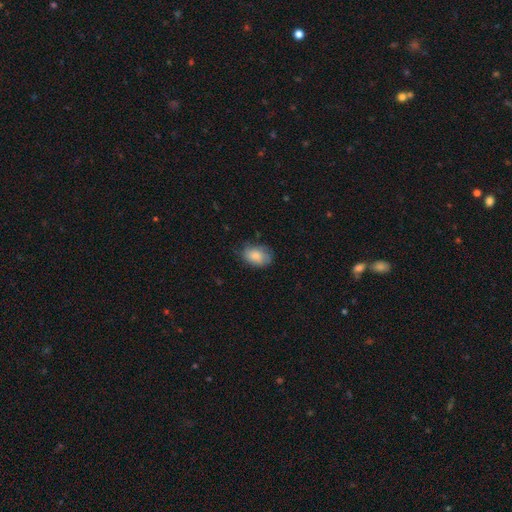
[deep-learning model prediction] A smooth galaxy with no disk features (81%) that is in between round and cigar-shaped (81%).

Vote fractions:
- Smooth or featured? smooth: 81% / featured or disk: 12% / star or artifact: 7%
- How rounded? in between: 81% / round: 17% / cigar-shaped: 1%
- Merging? none: 65% / minor disturbance: 27% / major disturbance: 7% / merger: 1%